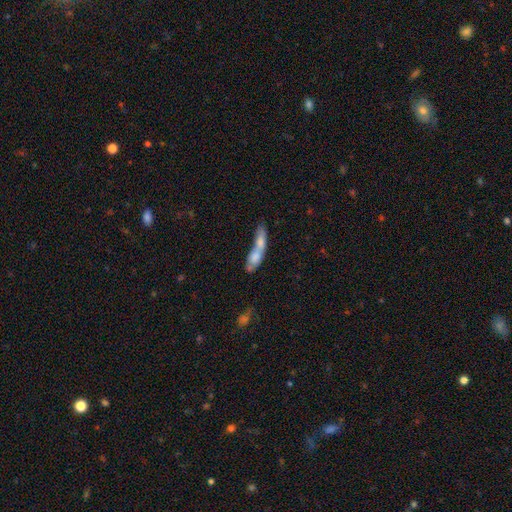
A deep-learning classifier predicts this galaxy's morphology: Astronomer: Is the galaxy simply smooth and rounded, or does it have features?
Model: smooth — 64%.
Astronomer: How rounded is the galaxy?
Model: cigar-shaped — 57% (runner-up: in between, 38%).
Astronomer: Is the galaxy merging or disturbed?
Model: merger — 69%.